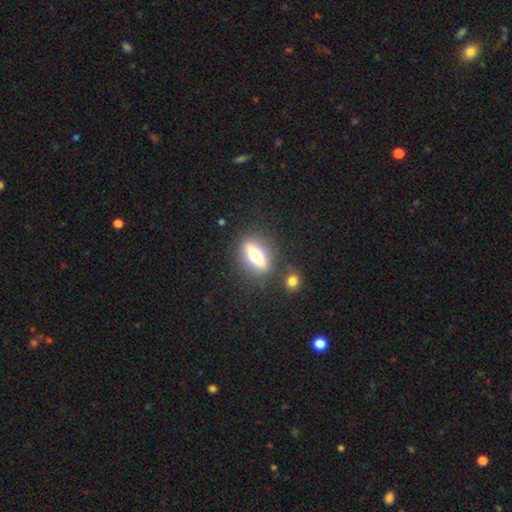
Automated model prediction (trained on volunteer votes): Smooth or featured?
  - smooth: 52% *
  - featured or disk: 39%
  - star or artifact: 9%
How rounded?
  - in between: 67% *
  - cigar-shaped: 19%
  - round: 15%
Merging?
  - none: 81% *
  - minor disturbance: 10%
  - merger: 6%
  - major disturbance: 4%